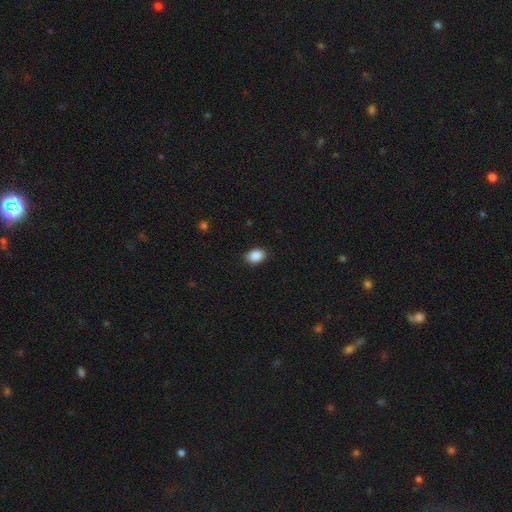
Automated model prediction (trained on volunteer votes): smooth 89%, star or artifact 8%, featured or disk 3%. Down the decision tree: how rounded — in between (75%); merging — none (87%).